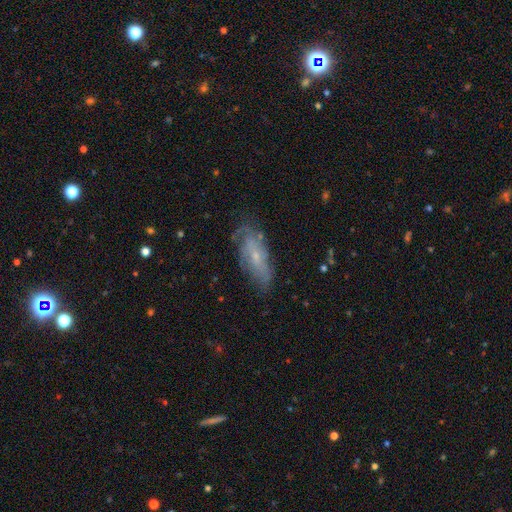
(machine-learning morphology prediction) Smooth or featured? Predicted: featured or disk (p=0.60). Edge-on disk? Predicted: no (p=0.85). Bar? Predicted: no (p=0.72). Spiral arms? Predicted: yes (p=0.73). Bulge size? Predicted: small (p=0.72). Merging? Predicted: none (p=0.63).